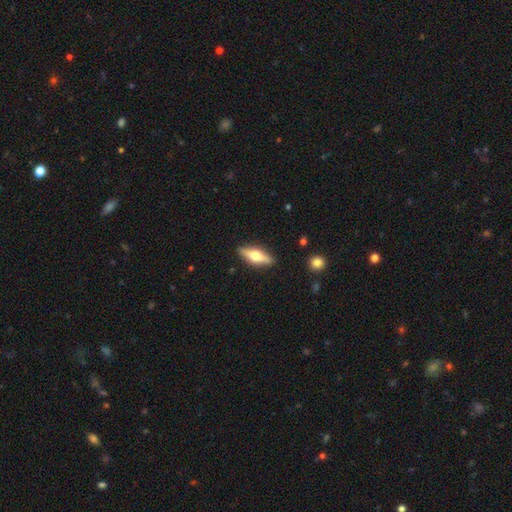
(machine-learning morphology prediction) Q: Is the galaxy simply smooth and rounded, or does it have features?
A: featured or disk — 49%.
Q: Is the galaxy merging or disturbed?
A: none — 88%.